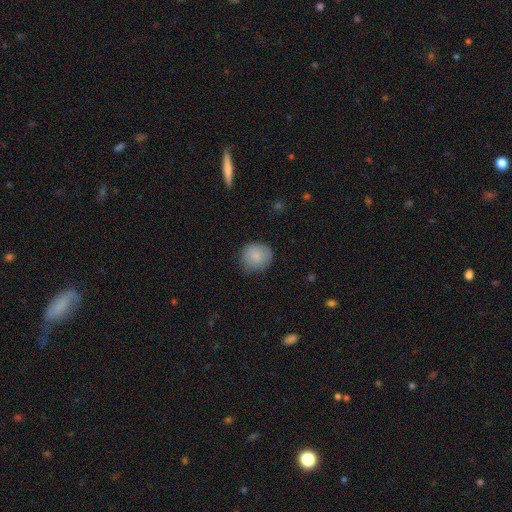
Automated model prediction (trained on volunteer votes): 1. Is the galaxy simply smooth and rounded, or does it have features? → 85% smooth, 8% featured or disk, 7% star or artifact.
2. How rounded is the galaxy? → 85% round, 14% in between, 1% cigar-shaped.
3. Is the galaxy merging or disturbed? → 75% none, 20% minor disturbance, 4% major disturbance, 1% merger.